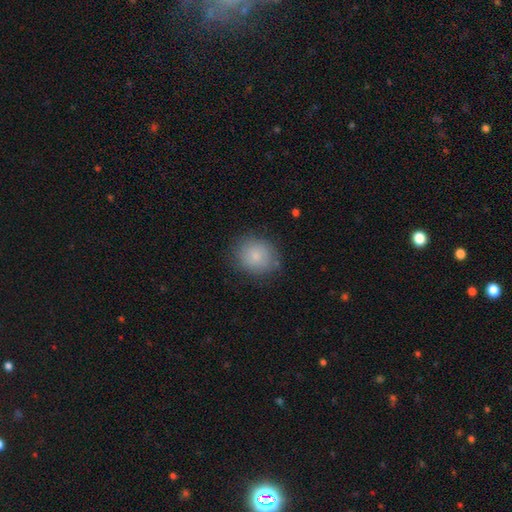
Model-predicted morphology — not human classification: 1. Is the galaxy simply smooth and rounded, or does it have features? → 82% smooth, 10% featured or disk, 8% star or artifact.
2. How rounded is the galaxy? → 81% round, 18% in between, 1% cigar-shaped.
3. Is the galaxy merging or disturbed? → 82% none, 13% minor disturbance, 4% major disturbance, 1% merger.